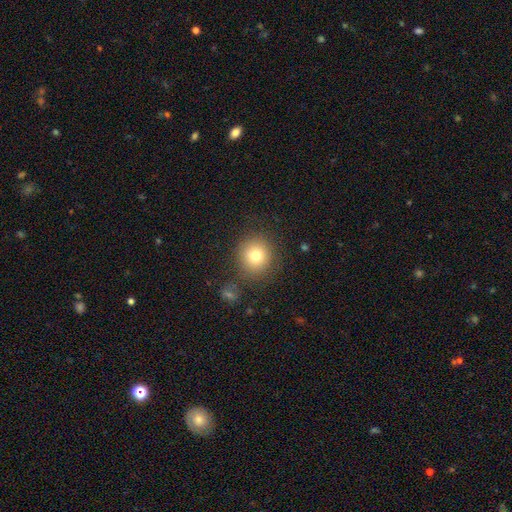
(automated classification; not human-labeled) A smooth galaxy with no disk features (77%) that is round (89%).

Vote fractions:
- Smooth or featured? smooth: 77% / star or artifact: 12% / featured or disk: 11%
- How rounded? round: 89% / in between: 10% / cigar-shaped: 1%
- Merging? none: 82% / minor disturbance: 10% / major disturbance: 4% / merger: 4%